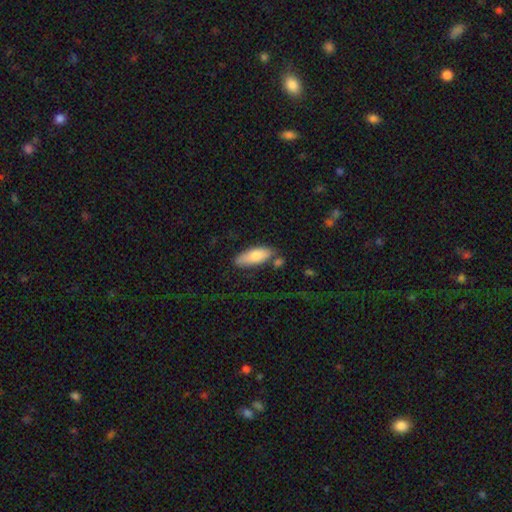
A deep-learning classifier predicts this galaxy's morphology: Overall: smooth (78%). How rounded: in between (72%). Merging: none (71%).